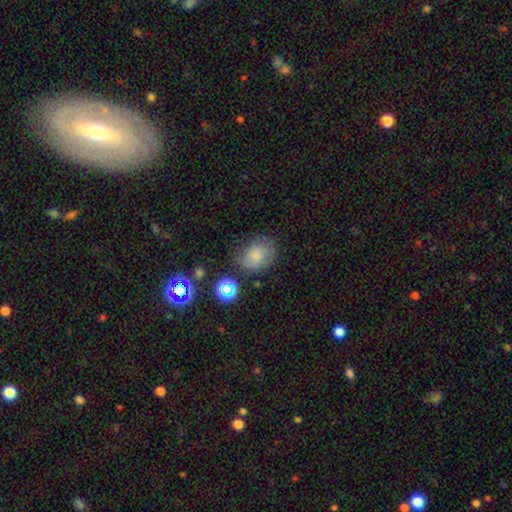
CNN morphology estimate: smooth-or-featured: smooth: 76% | star or artifact: 12% | featured or disk: 12%
  how-rounded: in between: 53% | round: 46% | cigar-shaped: 1%
  merging: none: 63% | minor disturbance: 24% | major disturbance: 9% | merger: 4%